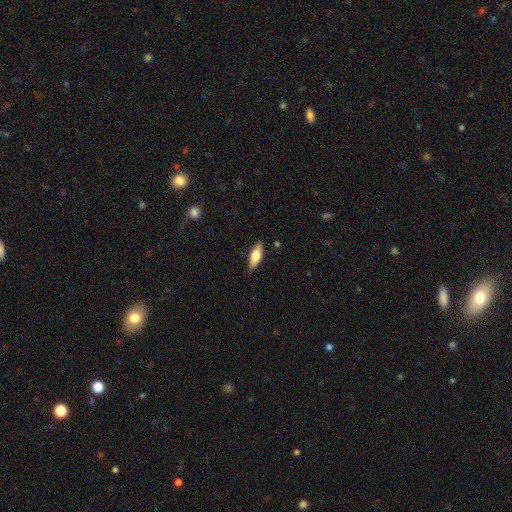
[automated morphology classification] A smooth galaxy with no disk features (62%) that is in between round and cigar-shaped (70%). Merging: none (88%).